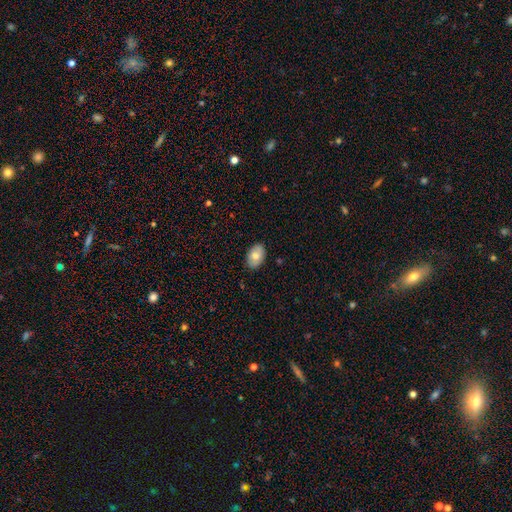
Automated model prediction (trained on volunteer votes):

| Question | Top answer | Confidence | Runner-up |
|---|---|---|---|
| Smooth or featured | smooth | 78% | featured or disk (16%) |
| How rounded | in between | 90% | round (9%) |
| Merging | none | 87% | minor disturbance (10%) |